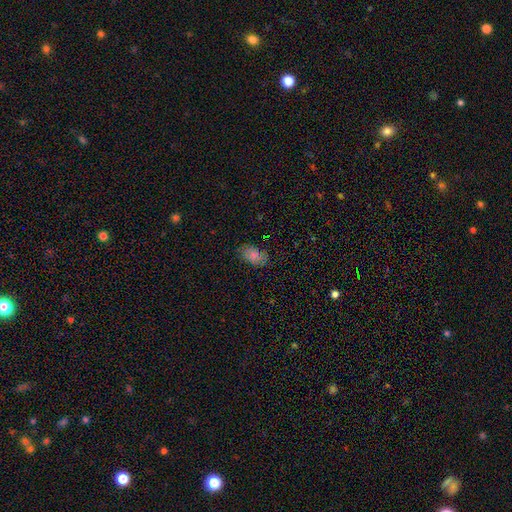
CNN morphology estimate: The model was most divided on "smooth or featured": smooth: 59%, featured or disk: 23%, star or artifact: 18%. More confident: how rounded — in between (86%); merging — none (81%).